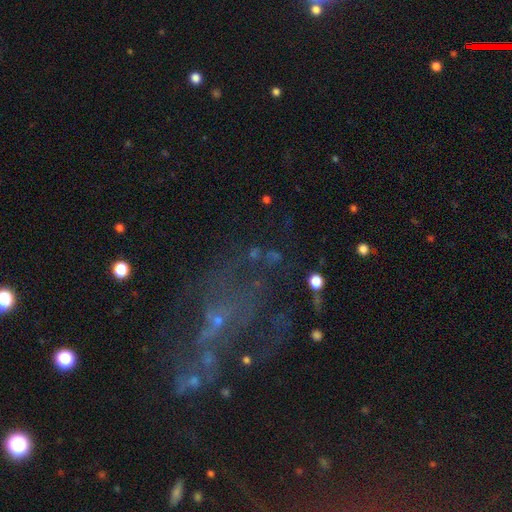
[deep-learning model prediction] Morphology: type=featured or disk (49%); merging=none (46%).